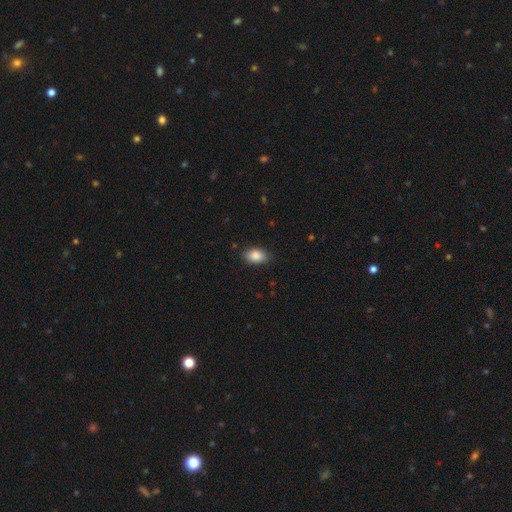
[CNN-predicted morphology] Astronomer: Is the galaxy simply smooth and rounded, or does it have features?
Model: smooth — 88%.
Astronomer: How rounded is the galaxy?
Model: in between — 88%.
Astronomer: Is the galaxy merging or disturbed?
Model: none — 85%.